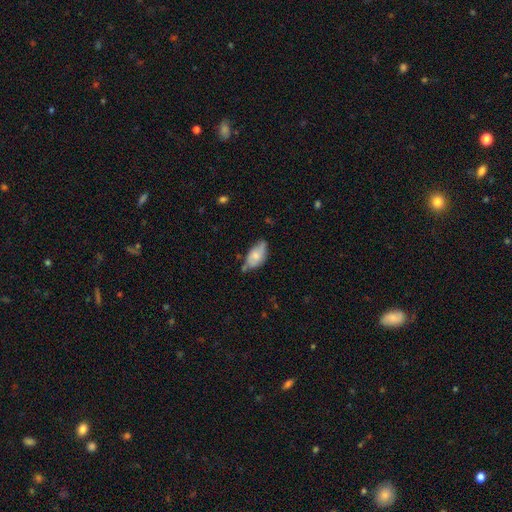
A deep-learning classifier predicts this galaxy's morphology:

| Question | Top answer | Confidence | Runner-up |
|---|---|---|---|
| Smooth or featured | smooth | 66% | featured or disk (27%) |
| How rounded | in between | 92% | cigar-shaped (4%) |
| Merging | none | 44% | minor disturbance (39%) |